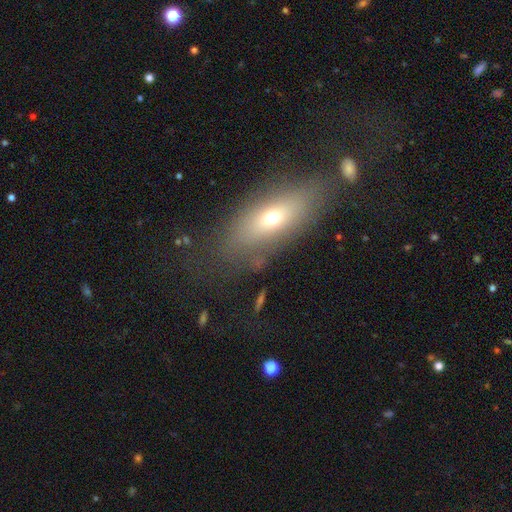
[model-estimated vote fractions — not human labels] A smooth galaxy with no disk features (55%) that is in between round and cigar-shaped (63%). Merging: none (68%).